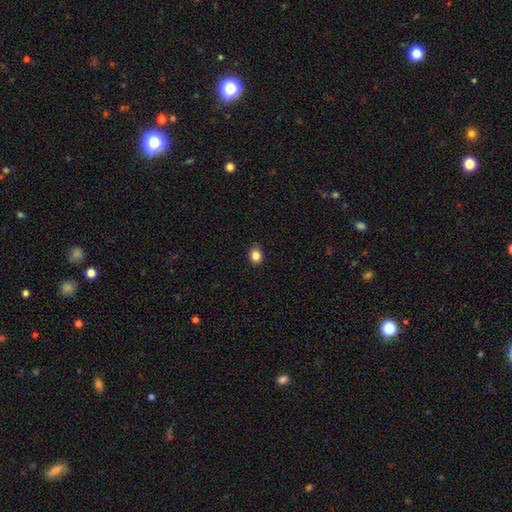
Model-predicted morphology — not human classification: A smooth galaxy with no disk features (85%) that is round (65%). Merging: none (89%).